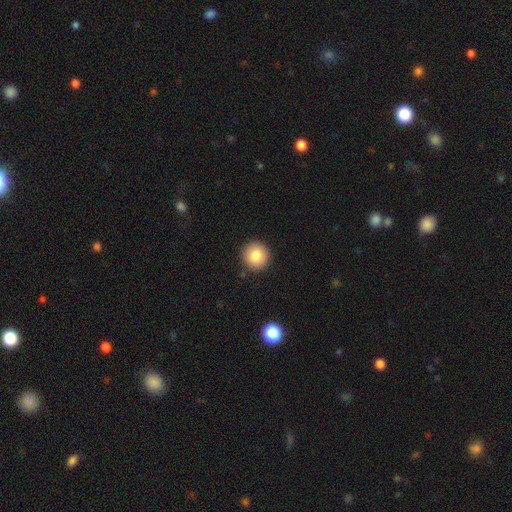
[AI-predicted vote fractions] This is clearly a smooth galaxy (83%). How rounded: clearly round (95%). Merging: clearly none (91%).